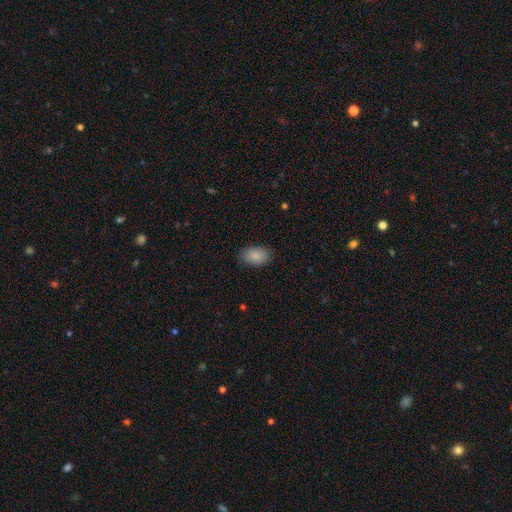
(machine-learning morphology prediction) Q: Smooth or featured?
A: smooth (87%); runner-up: star or artifact (7%)
Q: How rounded?
A: in between (90%); runner-up: round (9%)
Q: Merging?
A: none (86%); runner-up: minor disturbance (11%)